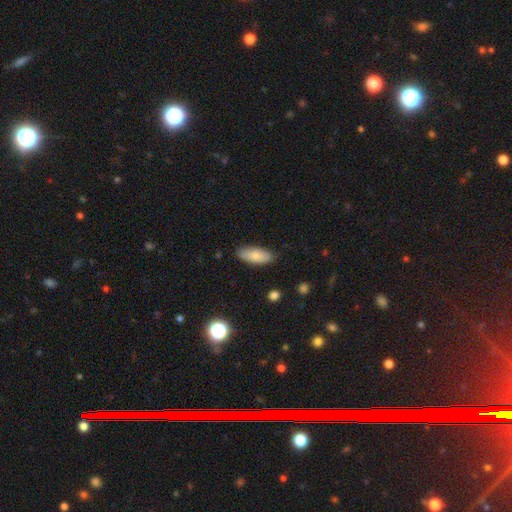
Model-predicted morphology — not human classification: Smooth or featured? smooth (82%)
How rounded? in between (83%)
Merging? none (85%)